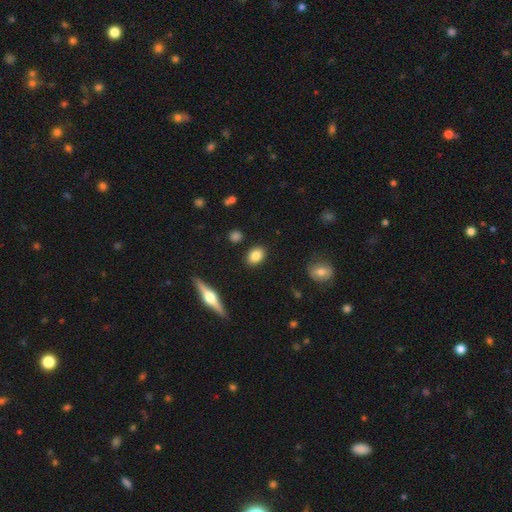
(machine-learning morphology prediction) This appears to be a smooth galaxy with no disk features (83%) that is in between round and cigar-shaped (68%). Merging: none (89%).